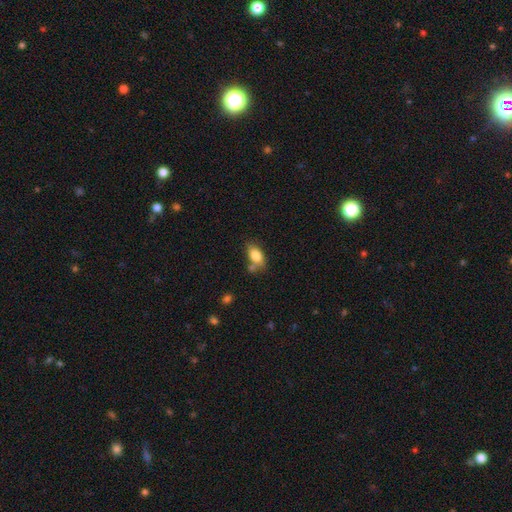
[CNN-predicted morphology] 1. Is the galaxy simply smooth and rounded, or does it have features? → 81% smooth, 11% featured or disk, 8% star or artifact.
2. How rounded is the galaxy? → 88% in between, 6% round, 6% cigar-shaped.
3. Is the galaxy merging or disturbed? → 63% none, 17% minor disturbance, 16% merger, 4% major disturbance.